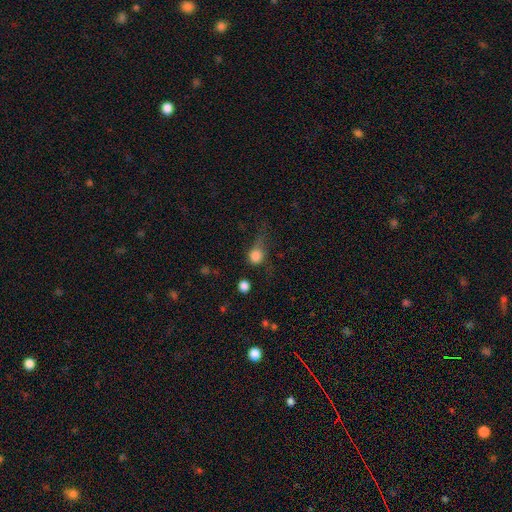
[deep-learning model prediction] Smooth or featured? Predicted: smooth (p=0.77). How rounded? Predicted: round (p=0.70). Merging? Predicted: none (p=0.35).